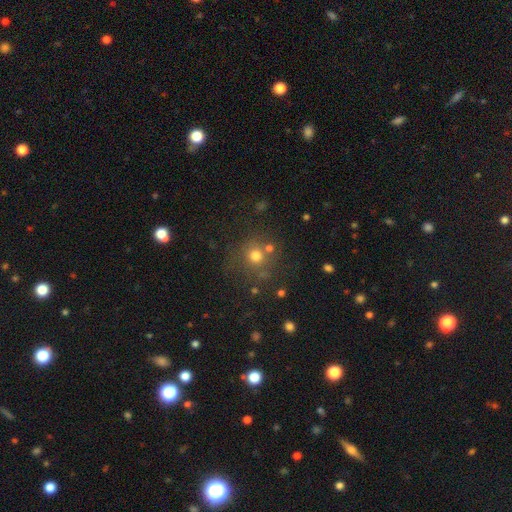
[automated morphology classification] smooth_or_featured: smooth (p=0.71) [alt: star or artifact p=0.19]
how_rounded: round (p=0.91) [alt: in between p=0.08]
merging: none (p=0.73) [alt: merger p=0.11]